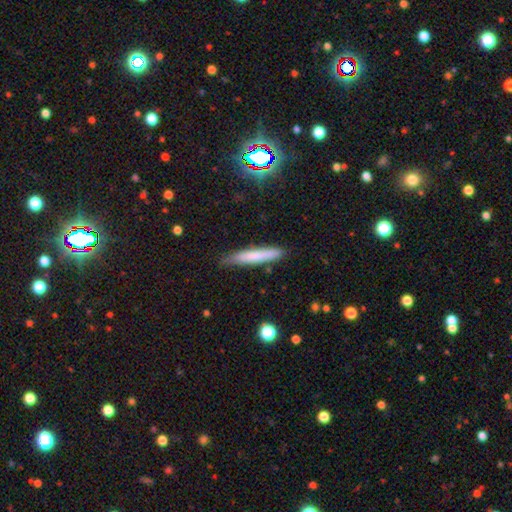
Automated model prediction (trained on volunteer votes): smooth_or_featured: smooth (p=0.70) [alt: featured or disk p=0.22]
how_rounded: cigar-shaped (p=0.92) [alt: in between p=0.07]
merging: none (p=0.82) [alt: minor disturbance p=0.14]